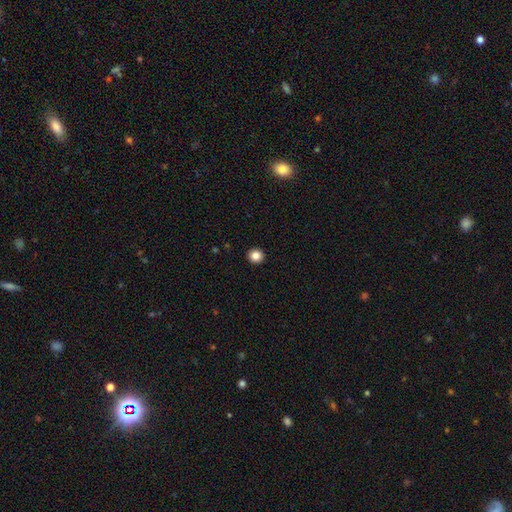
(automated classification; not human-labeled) Overall: smooth (85%). How rounded: round (92%). Merging: none (94%).